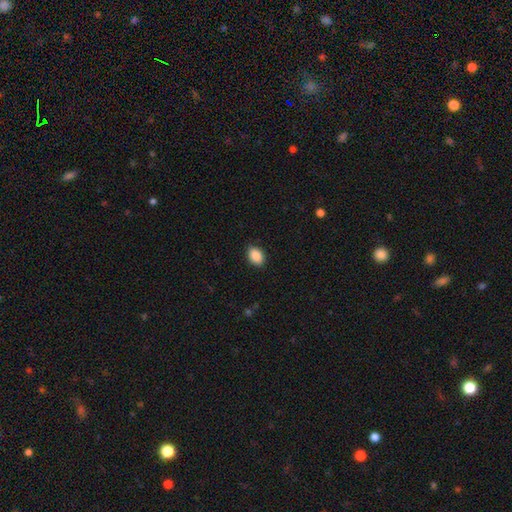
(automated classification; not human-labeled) This appears to be a smooth galaxy with no disk features (89%) that is in between round and cigar-shaped (79%). Merging: none (85%).